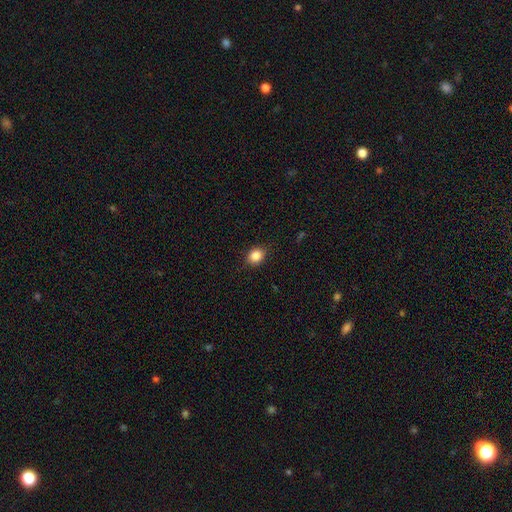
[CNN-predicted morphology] A smooth galaxy with no disk features (86%) that is round (54%). Merging: none (88%).